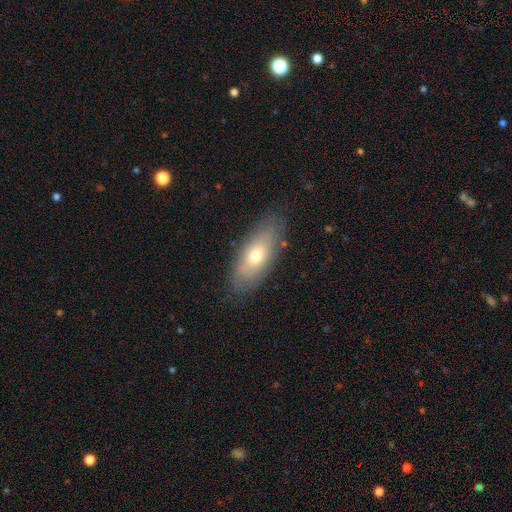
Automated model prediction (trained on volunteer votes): Overall: smooth (65%; featured or disk 28%). How rounded: in between (81%). Merging: none (82%).